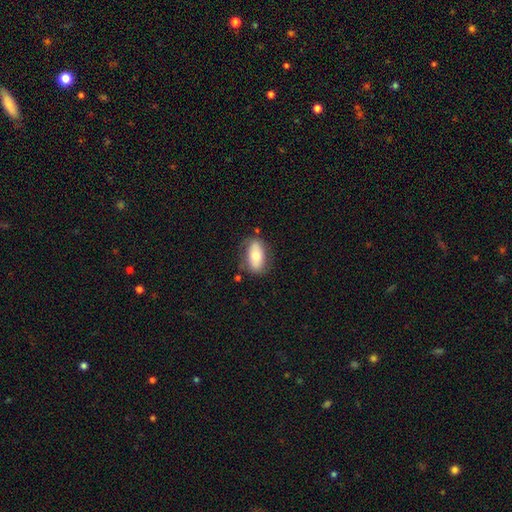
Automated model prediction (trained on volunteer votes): The model was most divided on "smooth or featured": smooth: 68%, featured or disk: 26%, star or artifact: 6%. More confident: how rounded — in between (89%); merging — none (74%).